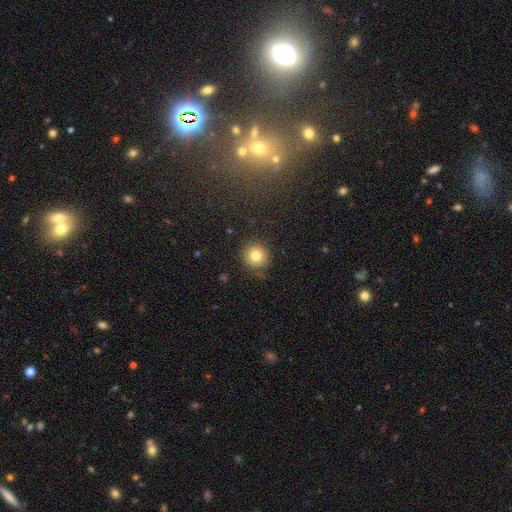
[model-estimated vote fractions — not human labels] The model was most divided on "smooth or featured": smooth: 79%, star or artifact: 12%, featured or disk: 9%. More confident: how rounded — round (93%); merging — none (86%).